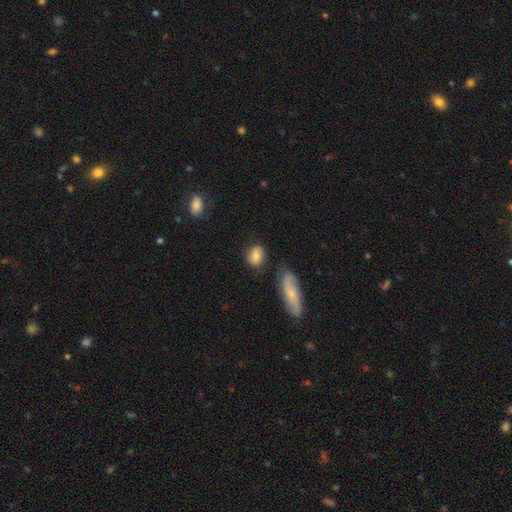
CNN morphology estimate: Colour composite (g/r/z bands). It shows a smooth galaxy with no disk features (78%) that is round (55%). Merging: none (74%).